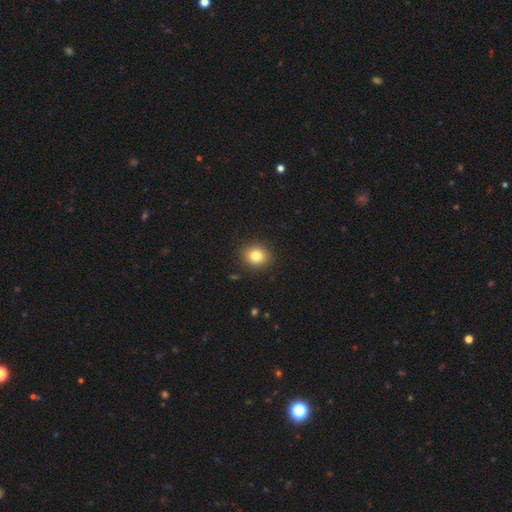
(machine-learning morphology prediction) Overall: smooth (82%). How rounded: round (78%). Merging: none (89%).